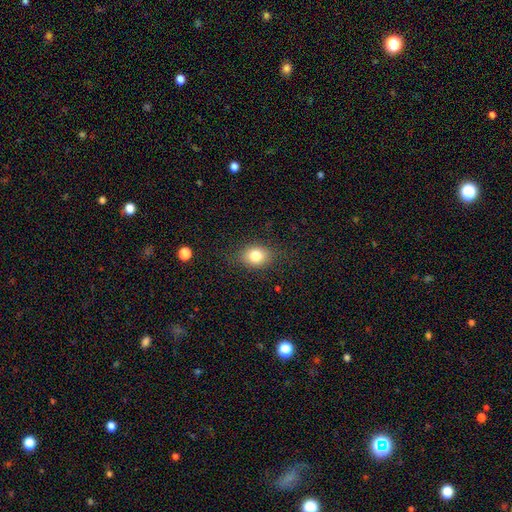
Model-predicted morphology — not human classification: Q: Smooth or featured?
A: smooth (80%); runner-up: star or artifact (11%)
Q: How rounded?
A: in between (53%); runner-up: round (46%)
Q: Merging?
A: none (83%); runner-up: minor disturbance (12%)